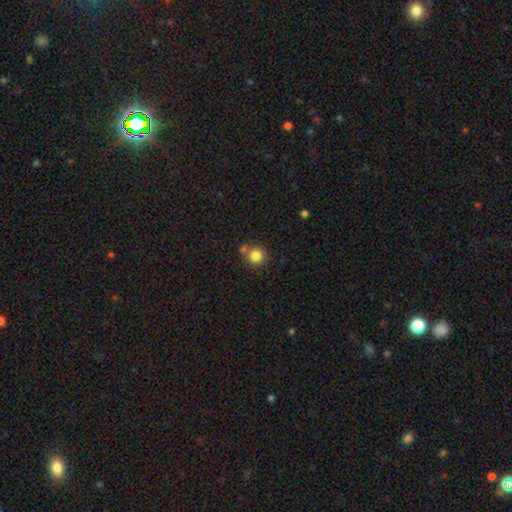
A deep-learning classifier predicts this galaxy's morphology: smooth-or-featured: smooth: 83% | star or artifact: 11% | featured or disk: 6%
  how-rounded: round: 92% | in between: 7% | cigar-shaped: 1%
  merging: none: 66% | merger: 21% | minor disturbance: 9% | major disturbance: 3%